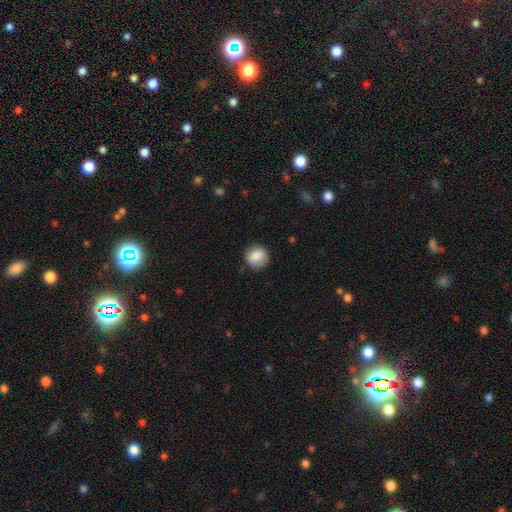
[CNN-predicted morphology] Smooth or featured?
  - smooth: 85% *
  - star or artifact: 8%
  - featured or disk: 7%
How rounded?
  - round: 84% *
  - in between: 15%
  - cigar-shaped: 1%
Merging?
  - none: 79% *
  - minor disturbance: 16%
  - major disturbance: 4%
  - merger: 1%